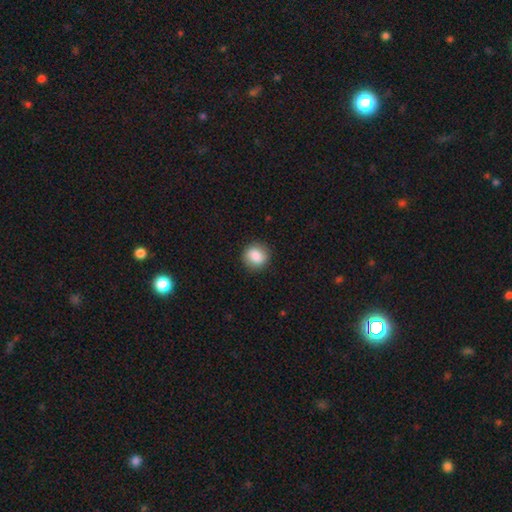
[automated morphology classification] Q: Smooth or featured?
A: smooth (85%); runner-up: star or artifact (8%)
Q: How rounded?
A: round (84%); runner-up: in between (15%)
Q: Merging?
A: none (87%); runner-up: minor disturbance (9%)